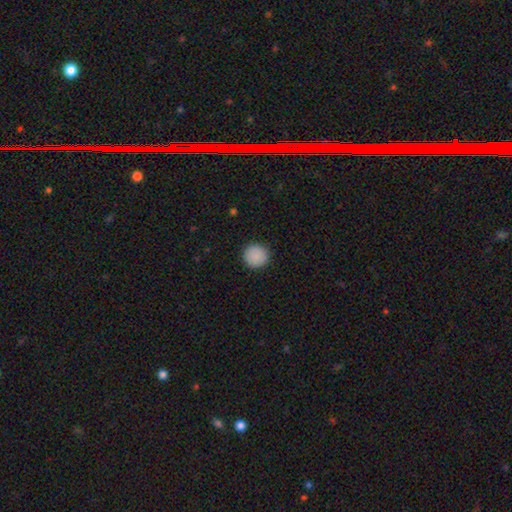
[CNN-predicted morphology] smooth-or-featured: smooth: 89% | star or artifact: 7% | featured or disk: 3%
  how-rounded: round: 95% | in between: 4% | cigar-shaped: 1%
  merging: none: 92% | minor disturbance: 5% | major disturbance: 2% | merger: 1%